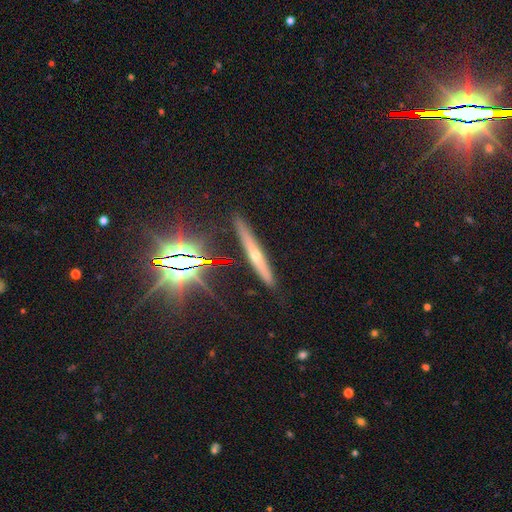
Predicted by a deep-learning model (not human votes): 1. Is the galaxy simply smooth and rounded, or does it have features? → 51% featured or disk, 29% smooth, 20% star or artifact.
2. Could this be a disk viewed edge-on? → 94% yes, 6% no.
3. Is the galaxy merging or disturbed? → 86% none, 10% minor disturbance, 2% major disturbance, 2% merger.